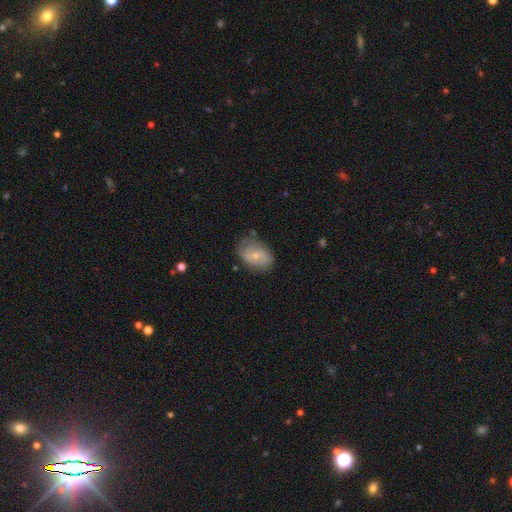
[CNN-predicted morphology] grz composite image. It shows a smooth galaxy with no disk features (48%). Merging: none (64%).